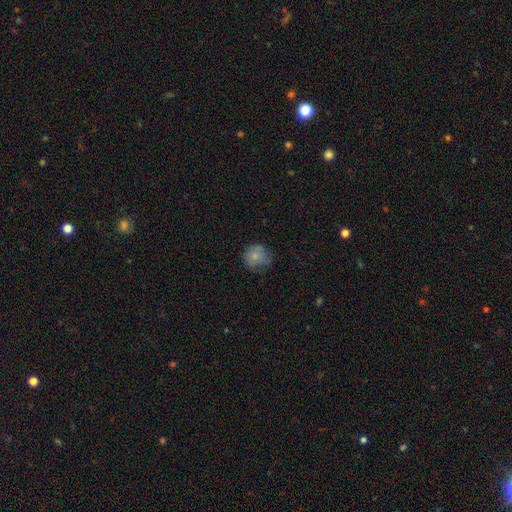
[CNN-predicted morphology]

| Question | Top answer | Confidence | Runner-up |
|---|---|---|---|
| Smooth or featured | smooth | 74% | featured or disk (16%) |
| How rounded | round | 82% | in between (17%) |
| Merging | none | 58% | minor disturbance (29%) |